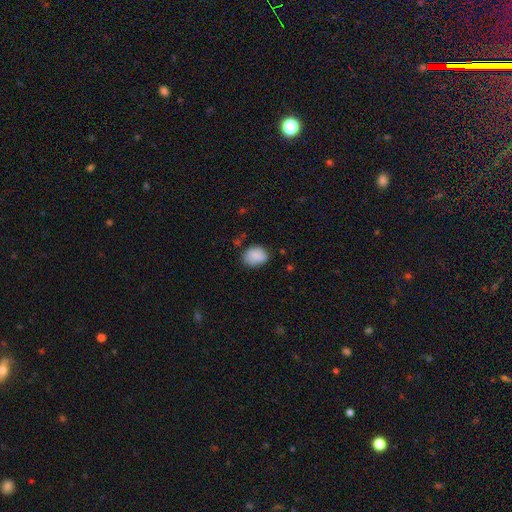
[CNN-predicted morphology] A smooth galaxy with no disk features (86%) that is in between round and cigar-shaped (54%). Merging: none (68%).